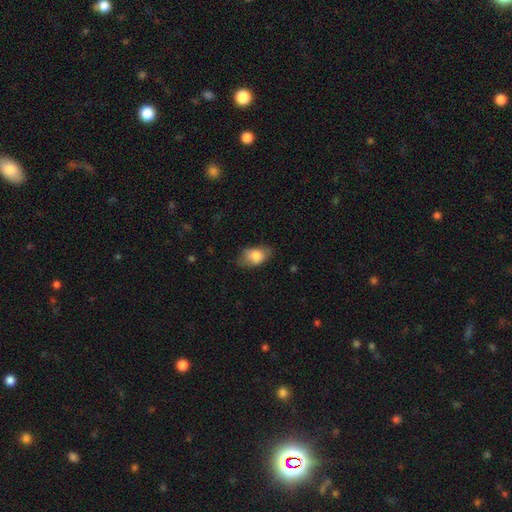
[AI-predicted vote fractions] Smooth or featured? Predicted: smooth (p=0.81). How rounded? Predicted: in between (p=0.87). Merging? Predicted: none (p=0.60).